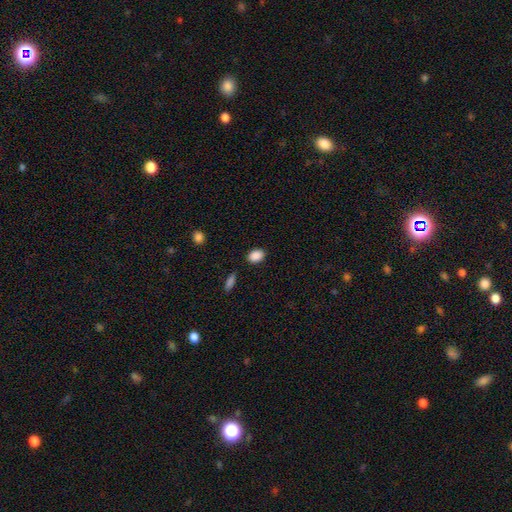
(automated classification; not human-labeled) smooth_or_featured: smooth (p=0.89) [alt: star or artifact p=0.08]
how_rounded: in between (p=0.75) [alt: round p=0.24]
merging: none (p=0.86) [alt: minor disturbance p=0.09]